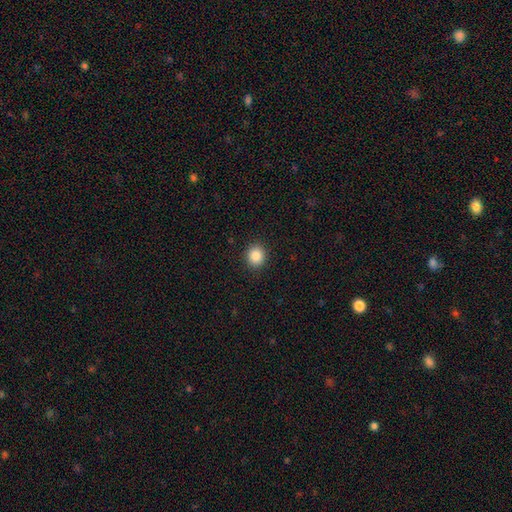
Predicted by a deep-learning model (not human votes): Overall: smooth (87%). How rounded: round (83%). Merging: none (91%).